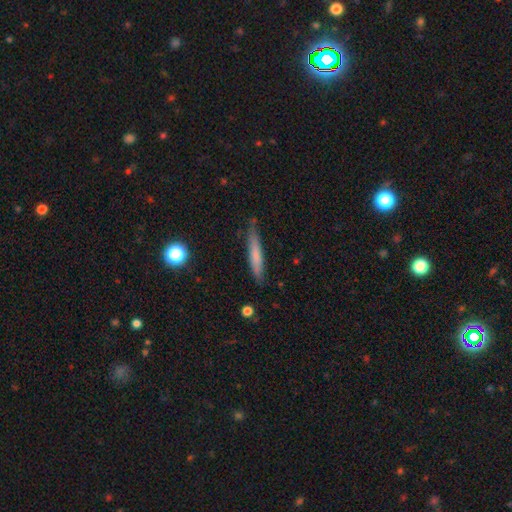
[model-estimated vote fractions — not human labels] Q: Smooth or featured?
A: smooth (67%); runner-up: featured or disk (26%)
Q: How rounded?
A: cigar-shaped (92%); runner-up: in between (6%)
Q: Merging?
A: none (81%); runner-up: minor disturbance (14%)